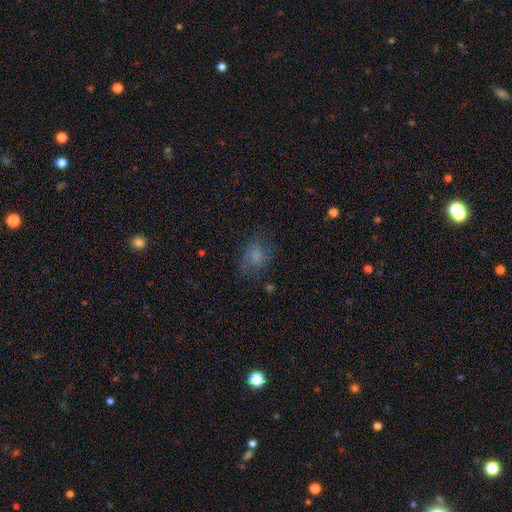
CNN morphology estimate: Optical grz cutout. It shows a smooth galaxy with no disk features (65%) that is in between round and cigar-shaped (64%). Merging: none (59%).